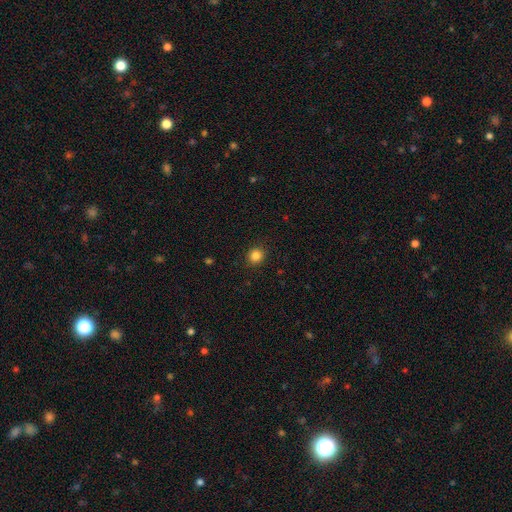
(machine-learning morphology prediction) Smooth or featured? Predicted: smooth (p=0.85). How rounded? Predicted: round (p=0.88). Merging? Predicted: none (p=0.91).